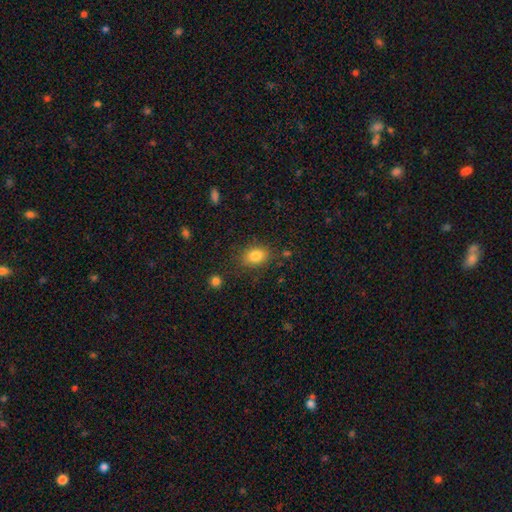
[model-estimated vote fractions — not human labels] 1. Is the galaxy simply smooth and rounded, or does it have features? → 83% smooth, 10% star or artifact, 7% featured or disk.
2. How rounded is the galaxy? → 72% in between, 26% round, 1% cigar-shaped.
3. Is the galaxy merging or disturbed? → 82% none, 12% minor disturbance, 4% major disturbance, 2% merger.